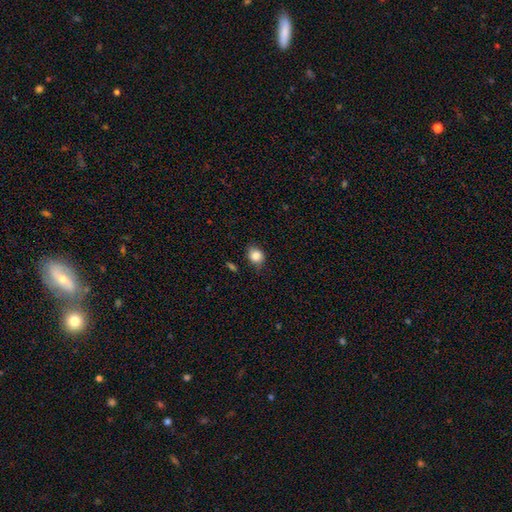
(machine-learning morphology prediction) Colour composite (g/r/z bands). It shows a smooth galaxy with no disk features (84%) that is round (61%). Merging: none (76%).